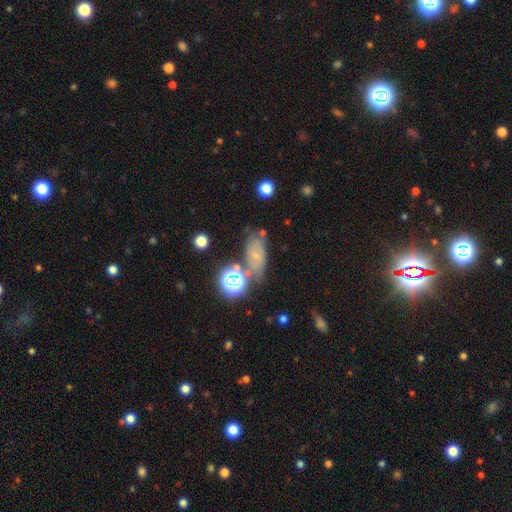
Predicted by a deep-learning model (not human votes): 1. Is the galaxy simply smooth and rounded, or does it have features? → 40% smooth, 32% featured or disk, 27% star or artifact.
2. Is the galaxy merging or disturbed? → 56% none, 22% minor disturbance, 13% merger, 9% major disturbance.